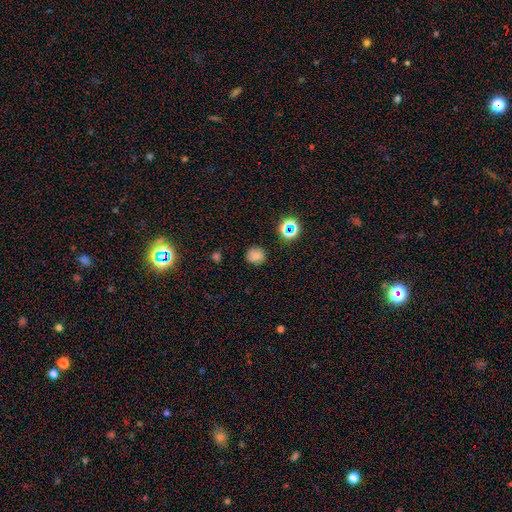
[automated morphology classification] Smooth or featured? Predicted: smooth (p=0.75). How rounded? Predicted: round (p=0.88). Merging? Predicted: none (p=0.84).